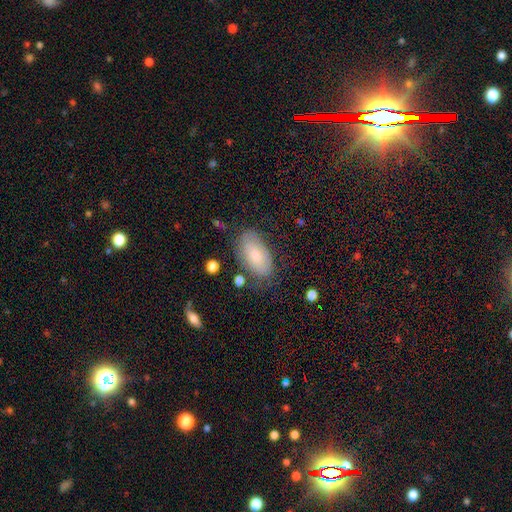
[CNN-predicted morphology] Smooth or featured?
  - smooth: 74% *
  - featured or disk: 19%
  - star or artifact: 7%
How rounded?
  - in between: 94% *
  - round: 3%
  - cigar-shaped: 3%
Merging?
  - none: 68% *
  - minor disturbance: 22%
  - major disturbance: 7%
  - merger: 3%